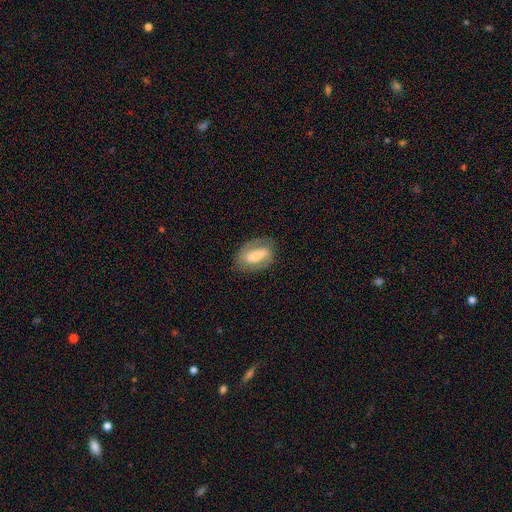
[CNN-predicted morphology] Smooth or featured? Predicted: featured or disk (p=0.60). Edge-on disk? Predicted: no (p=0.93). Bar? Predicted: strong (p=0.50). Spiral arms? Predicted: yes (p=0.72). Bulge size? Predicted: moderate (p=0.45). Merging? Predicted: none (p=0.76).